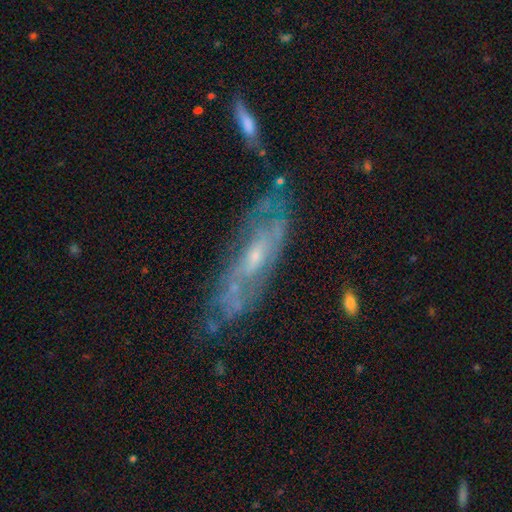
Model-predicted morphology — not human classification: A featured or disk galaxy (70%) with no bar (66%), spiral arms (57%) and a small central bulge (62%).

Vote fractions:
- Smooth or featured? featured or disk: 70% / smooth: 23% / star or artifact: 8%
- Edge-on disk? no: 73% / yes: 27%
- Bar? no: 66% / weak: 28% / strong: 6%
- Spiral arms? yes: 57% / no: 43%
- Bulge size? small: 62% / moderate: 30% / none: 5% / large: 2% / dominant: 1%
- Merging? none: 59% / minor disturbance: 23% / major disturbance: 12% / merger: 5%